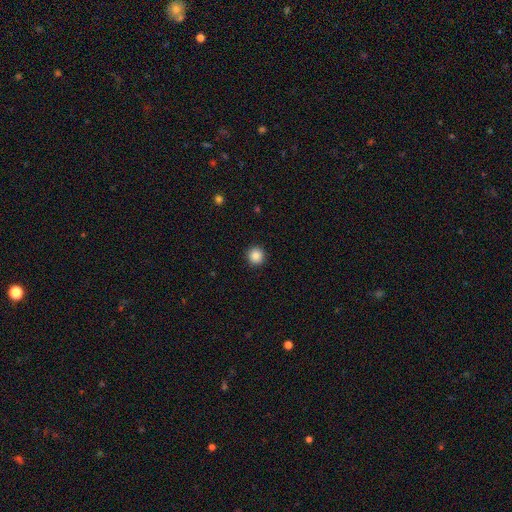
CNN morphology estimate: Overall: smooth (86%). How rounded: round (95%). Merging: none (93%).